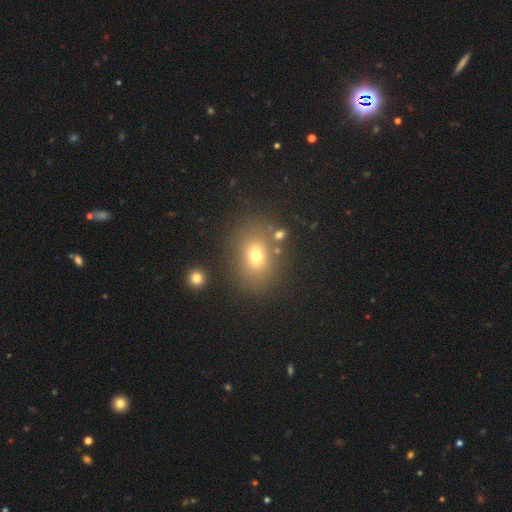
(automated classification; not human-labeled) smooth-or-featured: smooth: 70% | star or artifact: 16% | featured or disk: 13%
  how-rounded: in between: 58% | round: 41% | cigar-shaped: 1%
  merging: none: 77% | minor disturbance: 11% | merger: 7% | major disturbance: 5%